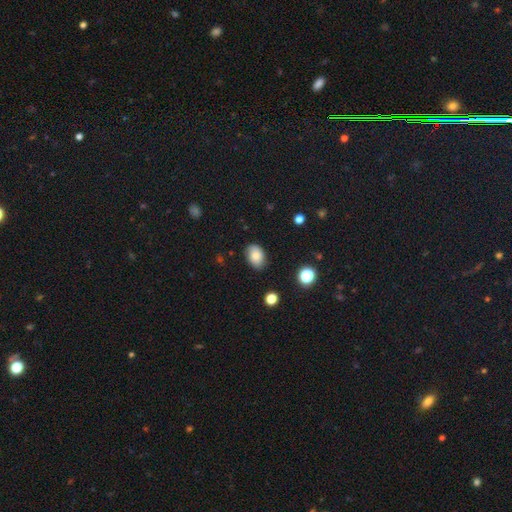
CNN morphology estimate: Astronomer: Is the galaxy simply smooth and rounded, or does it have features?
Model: smooth — 81%.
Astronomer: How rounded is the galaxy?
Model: in between — 83%.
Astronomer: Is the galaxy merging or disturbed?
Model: none — 82%.